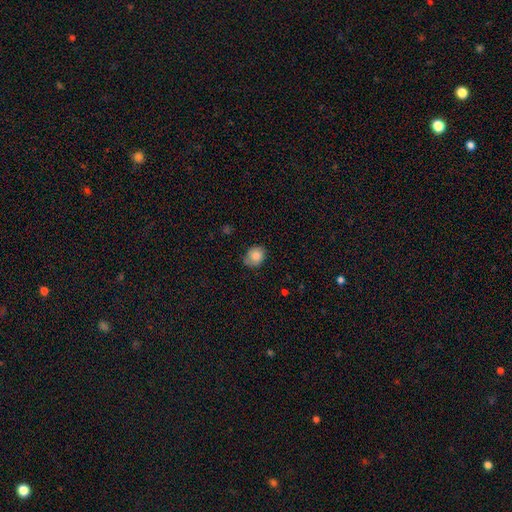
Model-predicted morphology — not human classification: Smooth or featured? Predicted: smooth (p=0.83). How rounded? Predicted: round (p=0.64). Merging? Predicted: none (p=0.64).